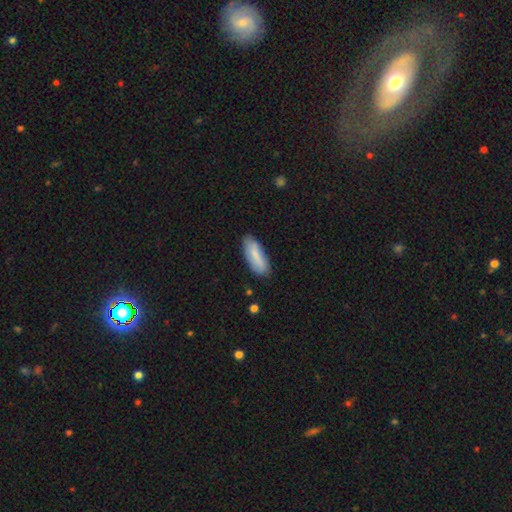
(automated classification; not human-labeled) A smooth galaxy with no disk features (78%) that is in between round and cigar-shaped (68%).

Vote fractions:
- Smooth or featured? smooth: 78% / featured or disk: 16% / star or artifact: 6%
- How rounded? in between: 68% / cigar-shaped: 30% / round: 2%
- Merging? none: 79% / minor disturbance: 16% / major disturbance: 3% / merger: 2%